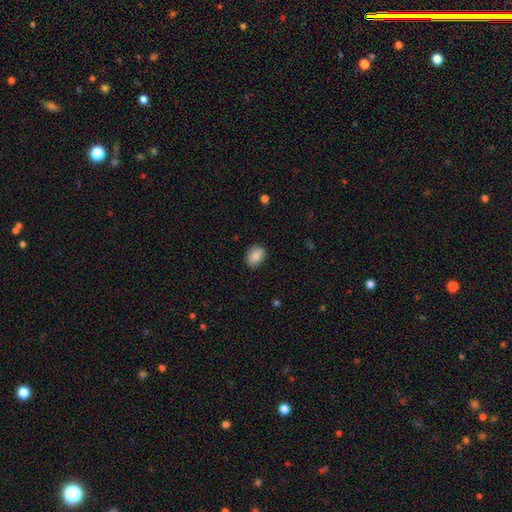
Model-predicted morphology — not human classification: Smooth or featured: smooth — 85% (star or artifact — 7%)
How rounded: in between — 69% (round — 30%)
Merging: none — 86% (minor disturbance — 11%)